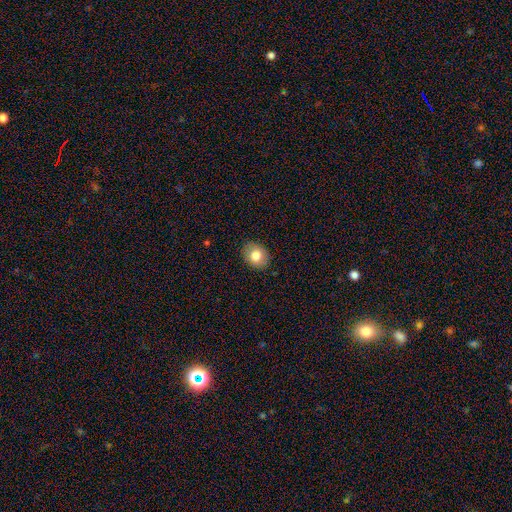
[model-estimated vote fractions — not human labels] Q: Smooth or featured?
A: smooth (80%); runner-up: featured or disk (12%)
Q: How rounded?
A: round (50%); runner-up: in between (49%)
Q: Merging?
A: none (88%); runner-up: minor disturbance (9%)